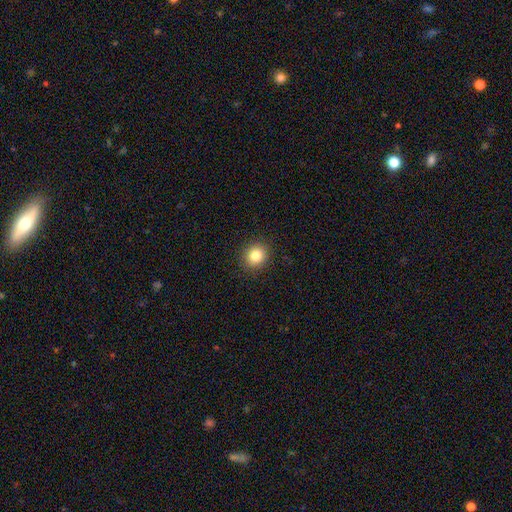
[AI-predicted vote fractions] A smooth galaxy with no disk features (82%) that is round (83%).

Vote fractions:
- Smooth or featured? smooth: 82% / star or artifact: 11% / featured or disk: 7%
- How rounded? round: 83% / in between: 16% / cigar-shaped: 1%
- Merging? none: 91% / minor disturbance: 6% / major disturbance: 2% / merger: 1%